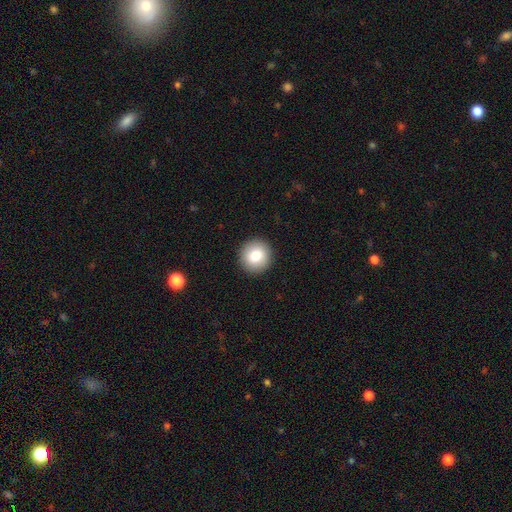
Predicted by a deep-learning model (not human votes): smooth 81%, featured or disk 10%, star or artifact 9%. Down the decision tree: how rounded — round (95%); merging — none (93%).